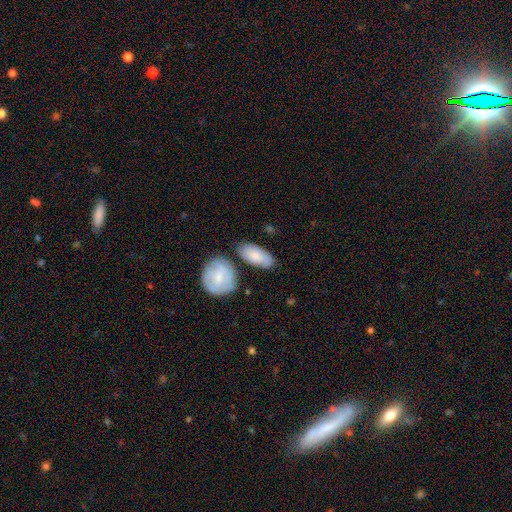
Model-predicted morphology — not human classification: The model was most divided on "merging": none: 65%, minor disturbance: 17%, merger: 12%, major disturbance: 5%. More confident: how rounded — in between (87%); smooth or featured — smooth (75%).